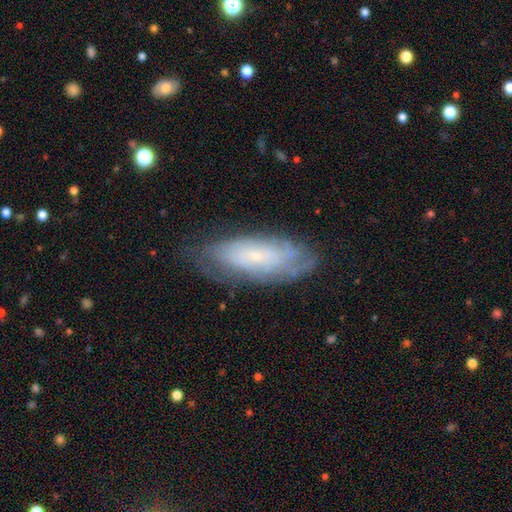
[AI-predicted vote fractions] Smooth or featured: featured or disk — 59% (smooth — 33%)
Edge-on disk: no — 84% (yes — 16%)
Merging: none — 68% (minor disturbance — 22%)